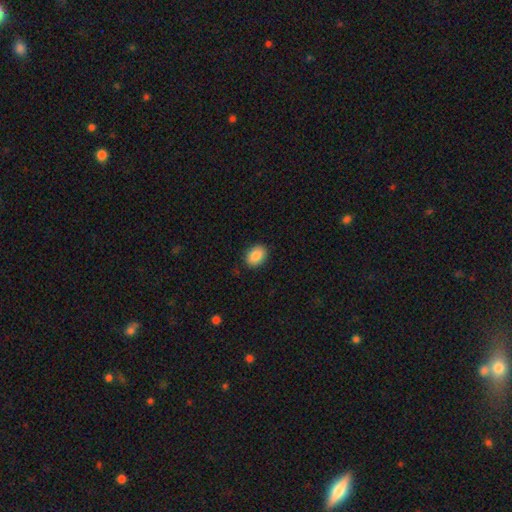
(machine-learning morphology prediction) This is clearly a smooth galaxy (88%). How rounded: likely in between (71%). Merging: clearly none (88%).